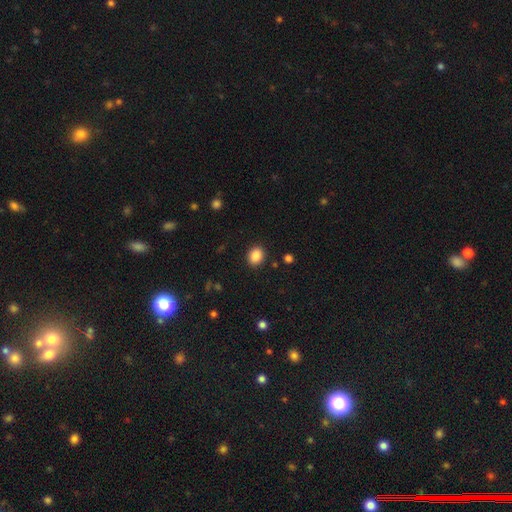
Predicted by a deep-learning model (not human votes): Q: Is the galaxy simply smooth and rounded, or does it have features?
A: smooth — 87%.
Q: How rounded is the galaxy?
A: round — 55%.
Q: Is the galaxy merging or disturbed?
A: none — 90%.